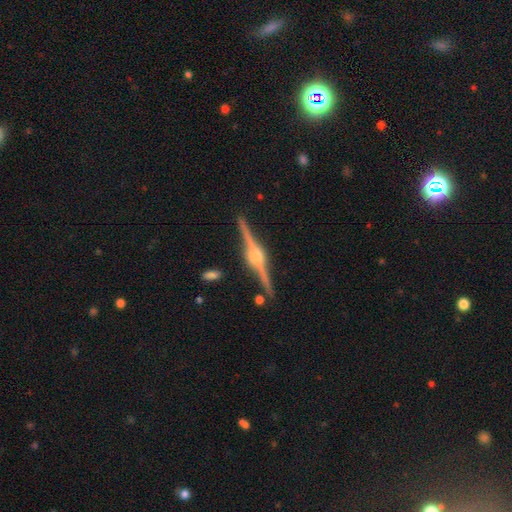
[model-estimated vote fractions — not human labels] Q: Smooth or featured?
A: featured or disk (89%); runner-up: star or artifact (5%)
Q: Edge-on disk?
A: yes (98%); runner-up: no (2%)
Q: Edge-on bulge?
A: rounded (93%); runner-up: boxy (5%)
Q: Merging?
A: none (89%); runner-up: minor disturbance (7%)